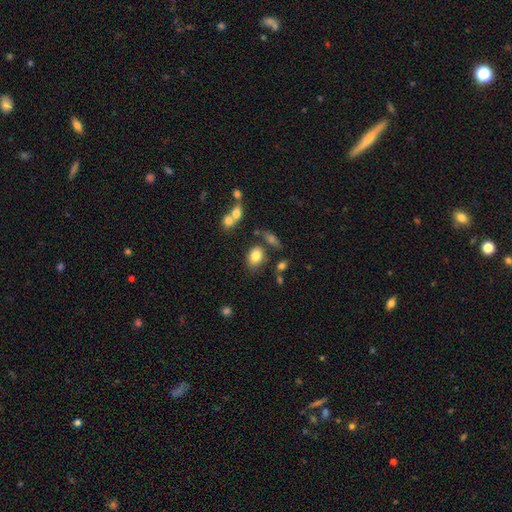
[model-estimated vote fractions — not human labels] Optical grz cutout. It shows a smooth galaxy with no disk features (81%) that is in between round and cigar-shaped (72%). Merging: none (69%).